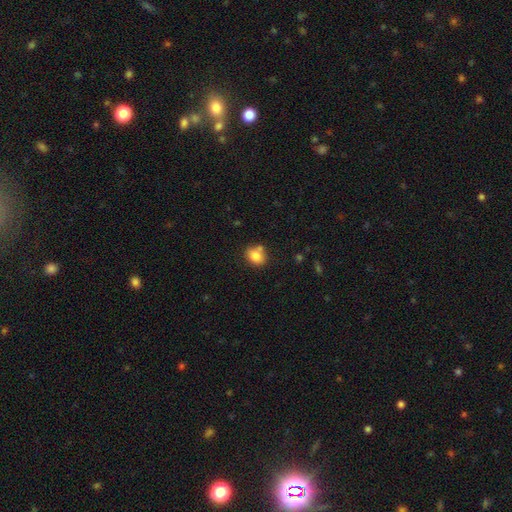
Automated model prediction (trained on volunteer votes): smooth 82%, star or artifact 10%, featured or disk 8%. Down the decision tree: how rounded — round (58%); merging — none (66%).